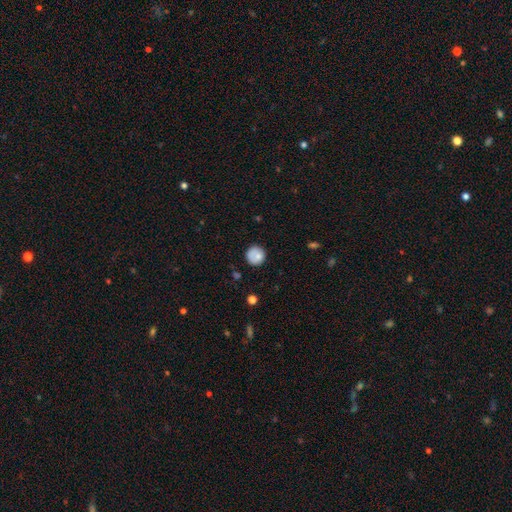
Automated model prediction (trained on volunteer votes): A smooth galaxy with no disk features (80%) that is round (92%). Merging: none (80%).